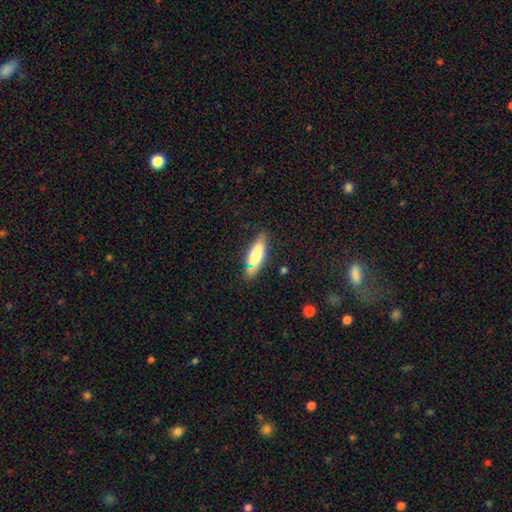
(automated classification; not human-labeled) smooth_or_featured: smooth (p=0.72) [alt: featured or disk p=0.21]
how_rounded: in between (p=0.55) [alt: cigar-shaped p=0.44]
merging: none (p=0.77) [alt: minor disturbance p=0.17]